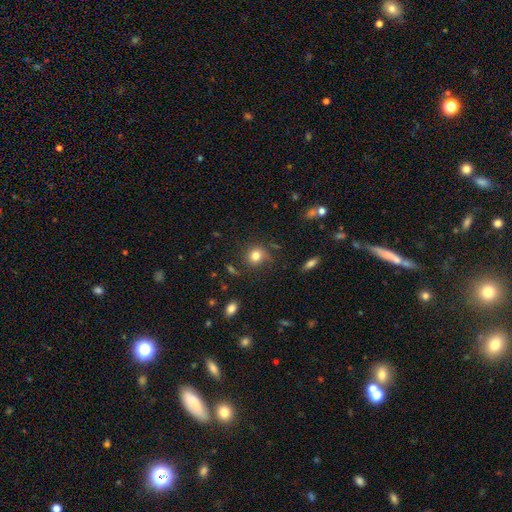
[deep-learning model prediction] smooth-or-featured: smooth: 79% | star or artifact: 13% | featured or disk: 8%
  how-rounded: round: 86% | in between: 13% | cigar-shaped: 1%
  merging: none: 78% | minor disturbance: 14% | major disturbance: 5% | merger: 3%